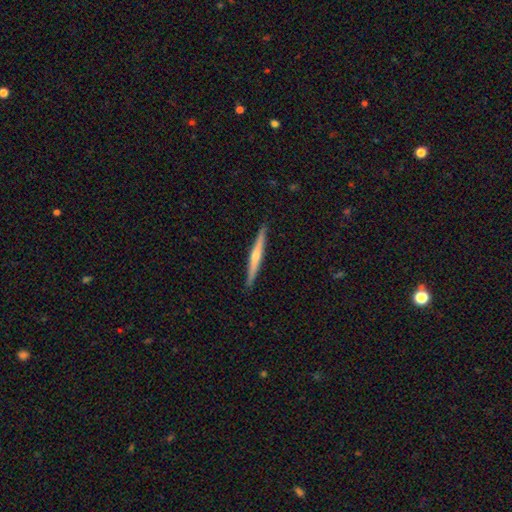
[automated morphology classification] Smooth or featured? featured or disk (71%)
Edge-on disk? yes (98%)
Edge-on bulge? rounded (82%)
Merging? none (92%)